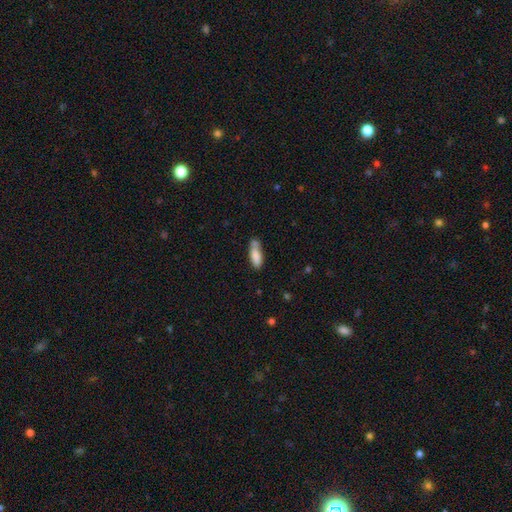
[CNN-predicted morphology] This is clearly a smooth galaxy (83%). How rounded: likely in between (66%). Merging: possibly none (53%).